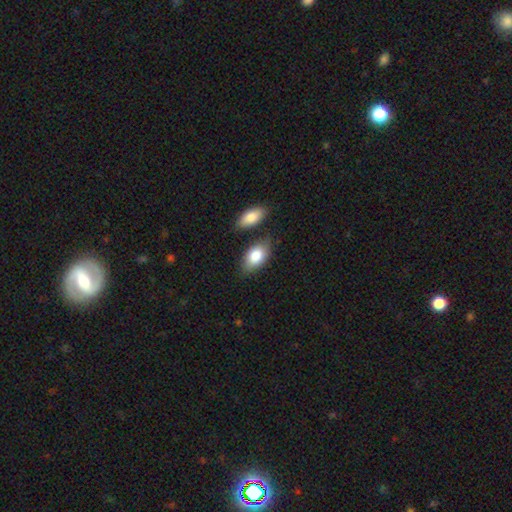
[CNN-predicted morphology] Smooth or featured: smooth — 82% (featured or disk — 12%)
How rounded: in between — 91% (round — 6%)
Merging: none — 69% (minor disturbance — 15%)